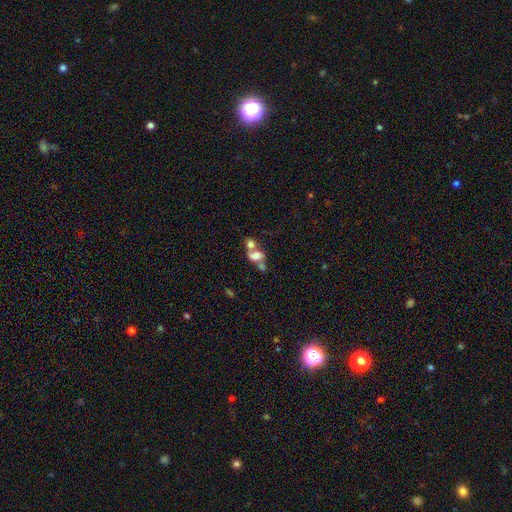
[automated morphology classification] The model was most divided on "merging": merger: 59%, none: 23%, minor disturbance: 9%, major disturbance: 9%. More confident: how rounded — in between (68%); smooth or featured — smooth (63%).